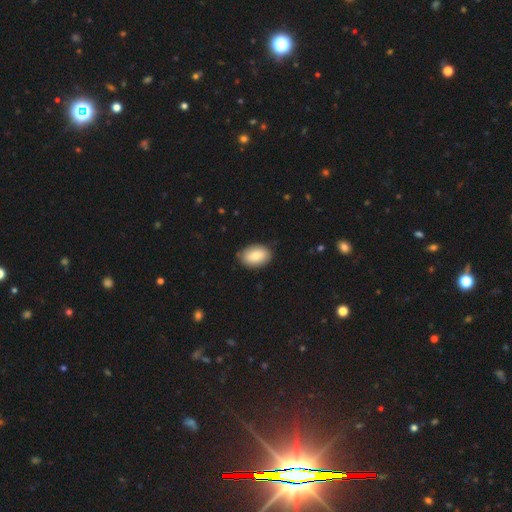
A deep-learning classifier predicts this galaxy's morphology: Smooth or featured: smooth — 82% (featured or disk — 11%)
How rounded: in between — 89% (round — 10%)
Merging: none — 85% (minor disturbance — 11%)